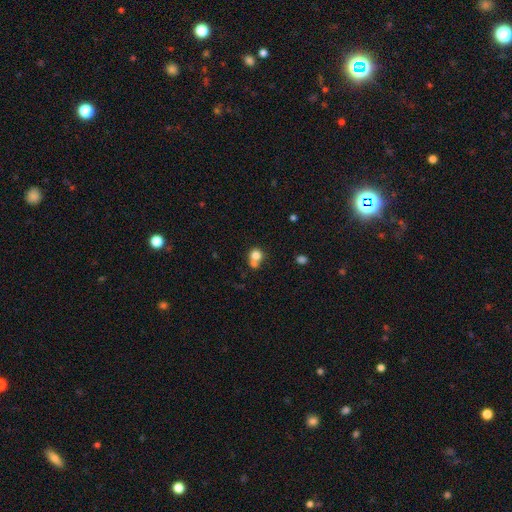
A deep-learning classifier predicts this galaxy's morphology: type=smooth (79%); roundness=round (78%); merging=merger (41%, tied with none).